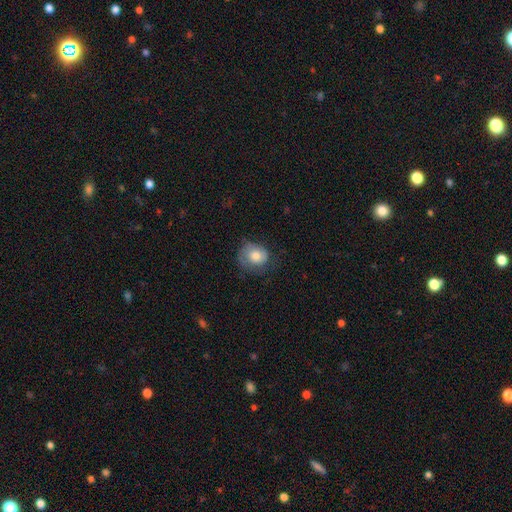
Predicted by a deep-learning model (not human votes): Overall: smooth (72%). How rounded: round (72%). Merging: none (54%; minor disturbance 29%).